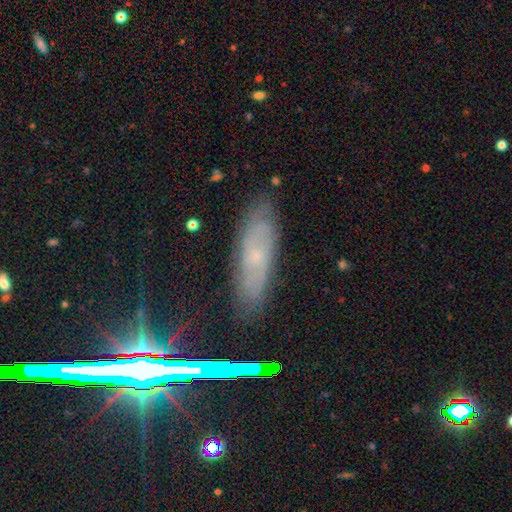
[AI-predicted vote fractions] This appears to be a featured or disk galaxy (47%). Merging: none (81%).